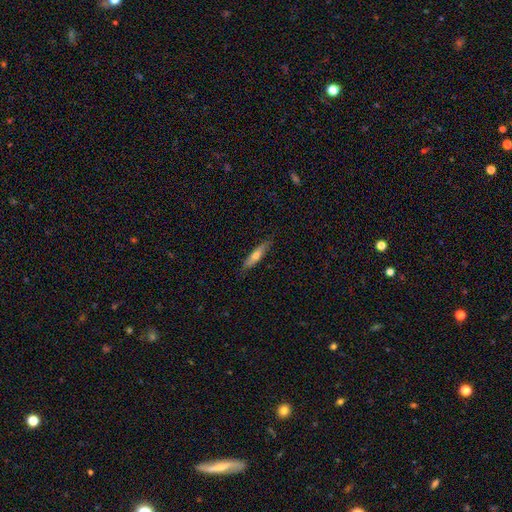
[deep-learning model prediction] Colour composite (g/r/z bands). It shows a smooth galaxy with no disk features (59%) that is cigar-shaped (76%). Merging: none (84%).